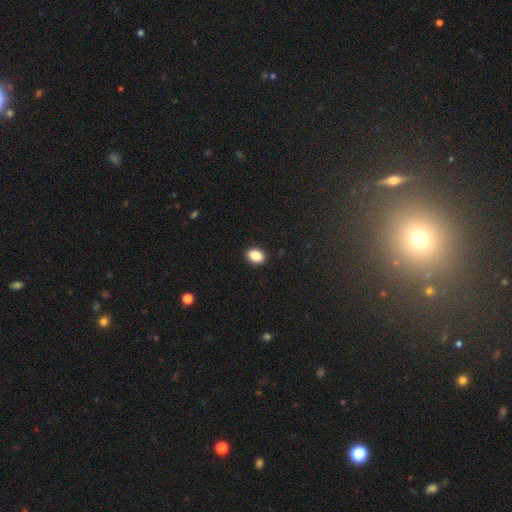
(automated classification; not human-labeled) A smooth galaxy with no disk features (87%) that is in between round and cigar-shaped (70%).

Vote fractions:
- Smooth or featured? smooth: 87% / star or artifact: 8% / featured or disk: 5%
- How rounded? in between: 70% / round: 28% / cigar-shaped: 1%
- Merging? none: 90% / minor disturbance: 7% / major disturbance: 2% / merger: 1%